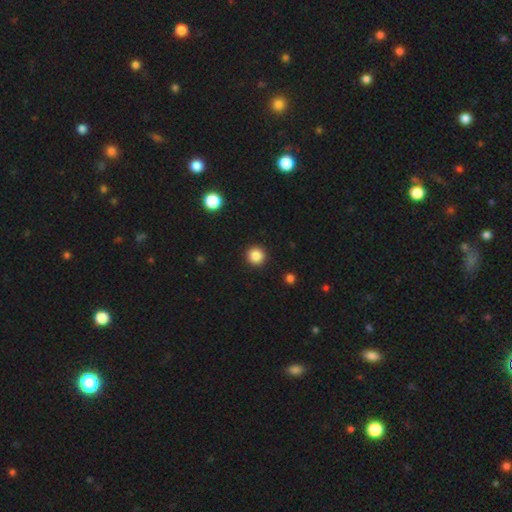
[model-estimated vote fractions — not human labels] smooth 86%, star or artifact 10%, featured or disk 4%. Down the decision tree: how rounded — round (95%); merging — none (93%).